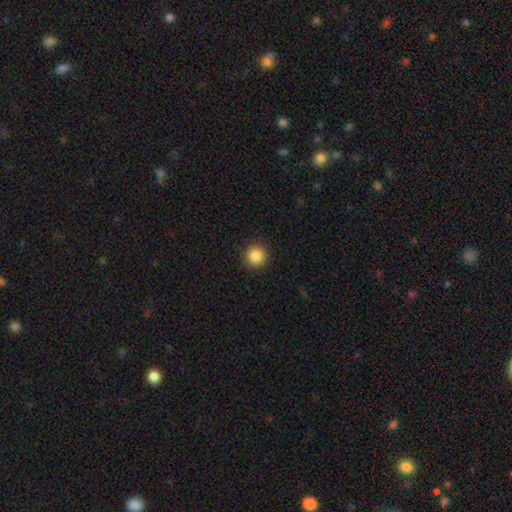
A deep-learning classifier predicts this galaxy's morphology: Smooth or featured?
  - smooth: 87% *
  - star or artifact: 9%
  - featured or disk: 3%
How rounded?
  - round: 95% *
  - in between: 4%
  - cigar-shaped: 1%
Merging?
  - none: 92% *
  - minor disturbance: 5%
  - major disturbance: 2%
  - merger: 1%